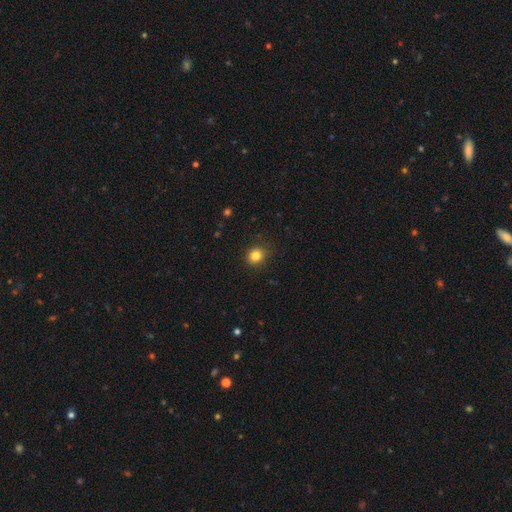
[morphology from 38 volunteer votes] Smooth or featured?
  - smooth: 87% *
  - featured or disk: 8%
  - star or artifact: 5%
How rounded?
  - round: 97% *
  - in between: 3%
  - cigar-shaped: 0%
Merging?
  - none: 86% *
  - minor disturbance: 14%
  - major disturbance: 0%
  - merger: 0%